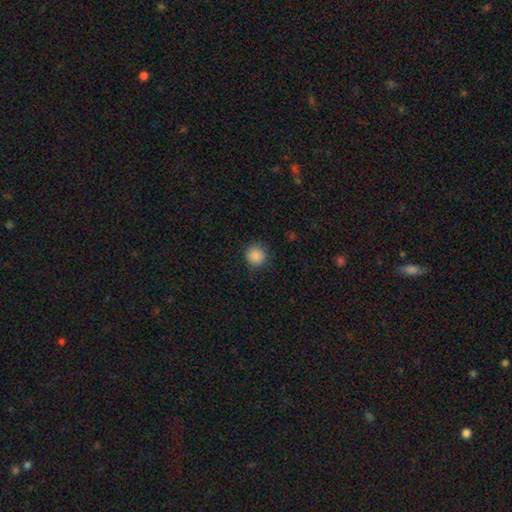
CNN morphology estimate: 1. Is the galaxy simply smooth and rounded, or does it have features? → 88% smooth, 10% star or artifact, 2% featured or disk.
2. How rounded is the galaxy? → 94% round, 5% in between, 1% cigar-shaped.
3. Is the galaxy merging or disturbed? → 89% none, 8% minor disturbance, 2% major disturbance, 1% merger.